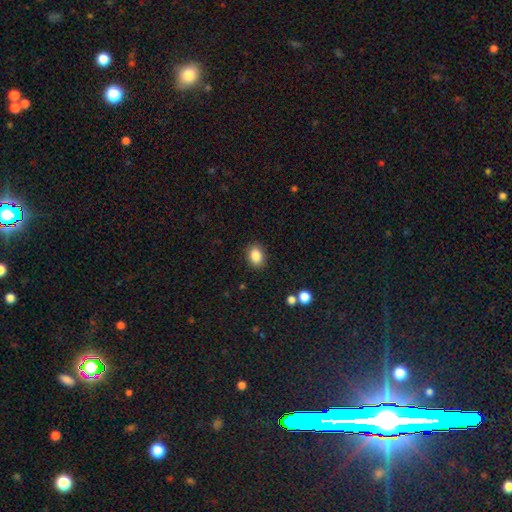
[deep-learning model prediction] The model was most divided on "how rounded": in between: 70%, round: 29%, cigar-shaped: 1%. More confident: smooth or featured — smooth (87%); merging — none (87%).